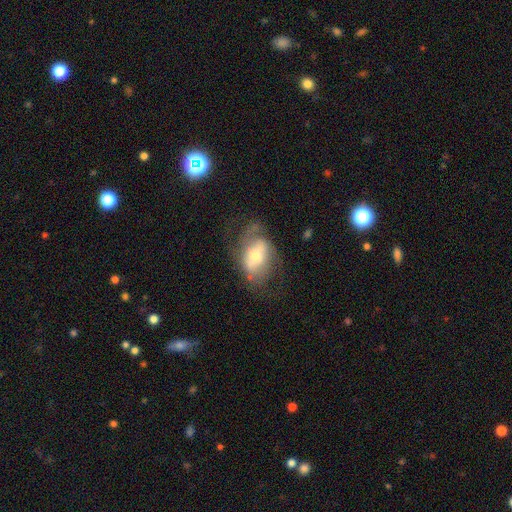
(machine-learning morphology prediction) Q: Smooth or featured?
A: featured or disk (59%); runner-up: smooth (32%)
Q: Edge-on disk?
A: no (93%); runner-up: yes (7%)
Q: Bar?
A: no (44%); runner-up: weak (38%)
Q: Spiral arms?
A: yes (64%); runner-up: no (36%)
Q: Bulge size?
A: moderate (59%); runner-up: small (28%)
Q: Merging?
A: none (47%); runner-up: minor disturbance (25%)